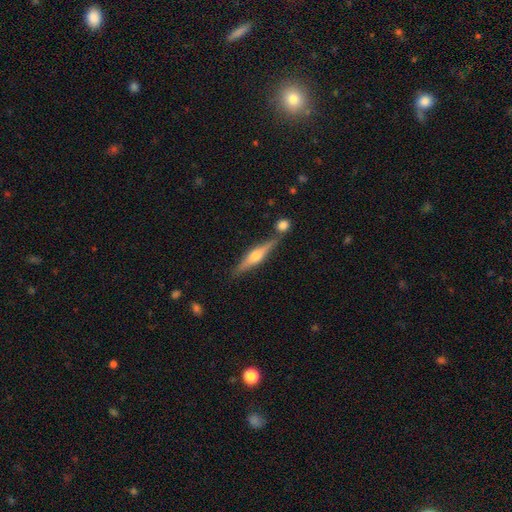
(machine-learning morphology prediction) Q: Smooth or featured?
A: featured or disk (66%); runner-up: smooth (28%)
Q: Edge-on disk?
A: yes (96%); runner-up: no (4%)
Q: Edge-on bulge?
A: rounded (91%); runner-up: boxy (5%)
Q: Merging?
A: none (75%); runner-up: minor disturbance (11%)